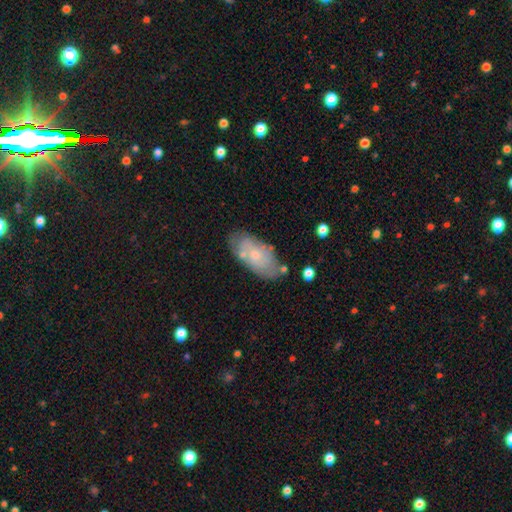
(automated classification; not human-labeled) Q: Smooth or featured?
A: smooth (55%); runner-up: featured or disk (38%)
Q: How rounded?
A: in between (91%); runner-up: cigar-shaped (6%)
Q: Merging?
A: none (68%); runner-up: minor disturbance (20%)